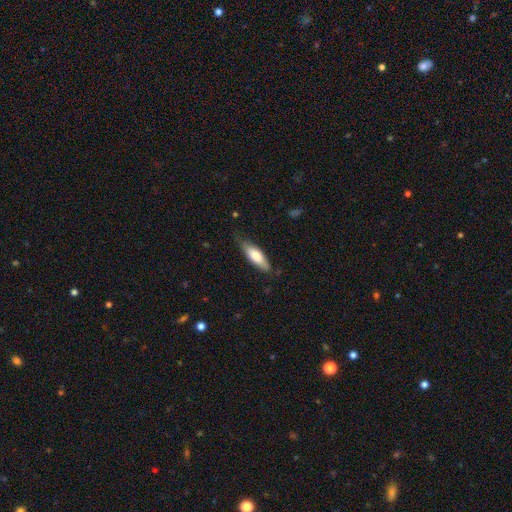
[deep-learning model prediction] This appears to be a smooth galaxy with no disk features (71%) that is in between round and cigar-shaped (56%). Merging: none (74%).